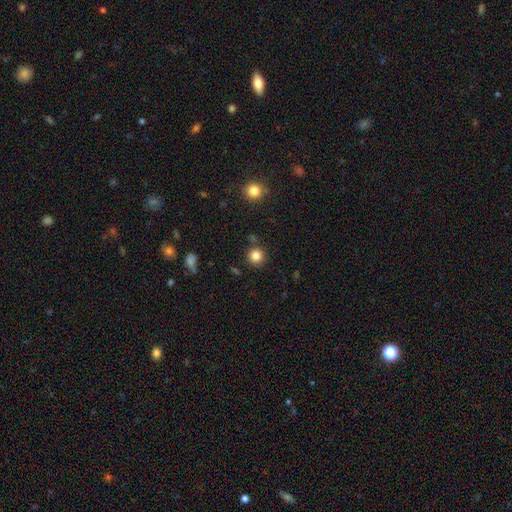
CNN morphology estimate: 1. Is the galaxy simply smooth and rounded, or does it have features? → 83% smooth, 12% star or artifact, 5% featured or disk.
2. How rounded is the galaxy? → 94% round, 5% in between, 1% cigar-shaped.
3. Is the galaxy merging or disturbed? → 87% none, 7% minor disturbance, 4% merger, 2% major disturbance.